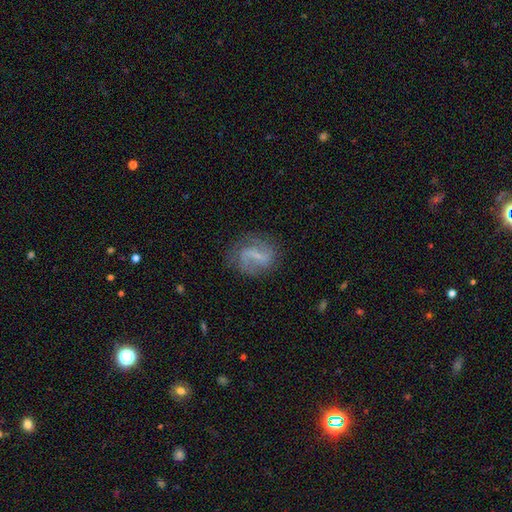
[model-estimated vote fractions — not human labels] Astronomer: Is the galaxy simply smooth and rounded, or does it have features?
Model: featured or disk — 75%.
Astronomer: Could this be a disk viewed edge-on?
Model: no — 97%.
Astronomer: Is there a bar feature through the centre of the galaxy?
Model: weak — 48% (runner-up: strong, 35%).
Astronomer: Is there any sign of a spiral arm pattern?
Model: yes — 88%.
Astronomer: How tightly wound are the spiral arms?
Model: loose — 46% (runner-up: medium, 39%).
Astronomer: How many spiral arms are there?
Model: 2 — 79%.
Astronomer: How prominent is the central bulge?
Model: small — 53% (runner-up: none, 32%).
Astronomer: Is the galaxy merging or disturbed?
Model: none — 70%.